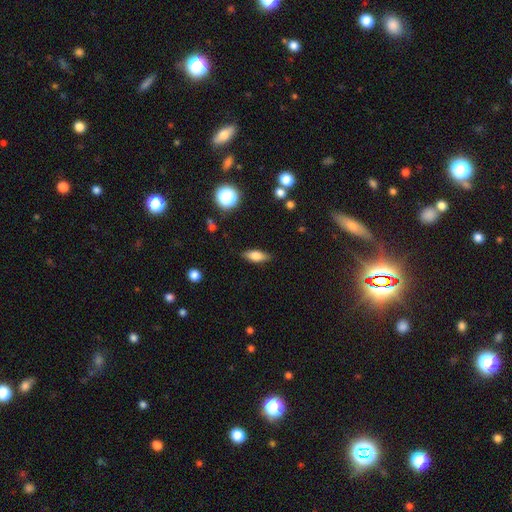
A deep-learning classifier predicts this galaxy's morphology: Smooth or featured: smooth — 67% (featured or disk — 24%)
How rounded: in between — 68% (cigar-shaped — 27%)
Merging: none — 85% (minor disturbance — 11%)